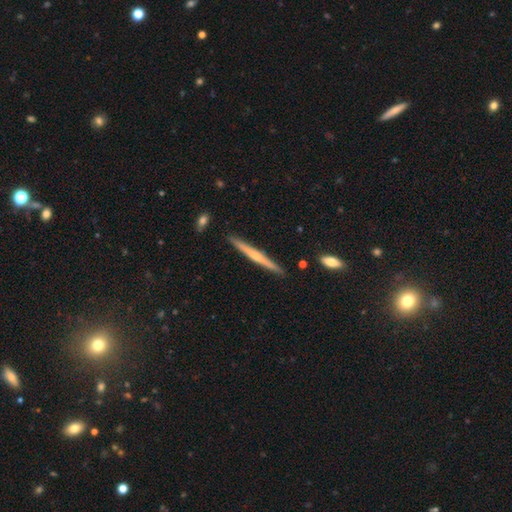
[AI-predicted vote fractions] A featured or disk galaxy (62%) viewed edge-on (98%) with a rounded central bulge (55%).

Vote fractions:
- Smooth or featured? featured or disk: 62% / smooth: 32% / star or artifact: 6%
- Edge-on disk? yes: 98% / no: 2%
- Edge-on bulge? rounded: 55% / none: 39% / boxy: 6%
- Merging? none: 90% / minor disturbance: 7% / merger: 1% / major disturbance: 1%